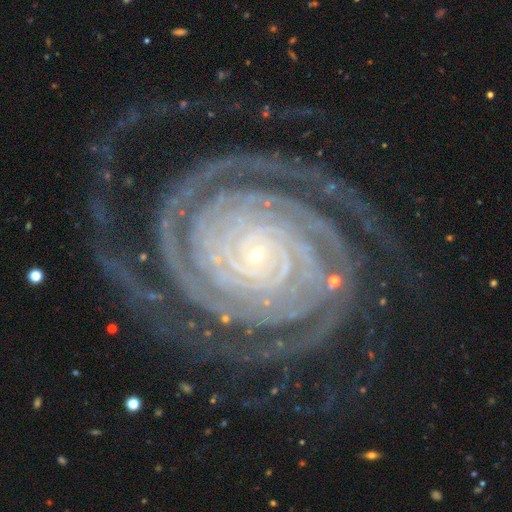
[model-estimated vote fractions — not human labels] smooth-or-featured: featured or disk: 92% | star or artifact: 5% | smooth: 3%
  disk-edge-on: no: 97% | yes: 3%
    bar: no: 72% | strong: 15% | weak: 13%
    has-spiral-arms: yes: 99% | no: 1%
      spiral-winding: tight: 89% | medium: 9% | loose: 2%
      spiral-arm-count: 2: 41% | 3: 14% | 4: 13% | more than 4: 12% | can't tell: 11% | 1: 8%
    bulge-size: small: 89% | moderate: 6% | none: 2% | large: 2% | dominant: 1%
  merging: none: 77% | minor disturbance: 12% | major disturbance: 8% | merger: 2%